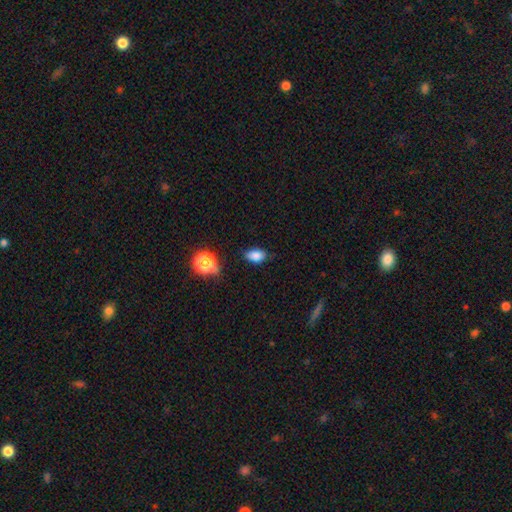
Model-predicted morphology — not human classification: This is clearly a smooth galaxy (83%). How rounded: clearly in between (85%). Merging: likely none (74%).